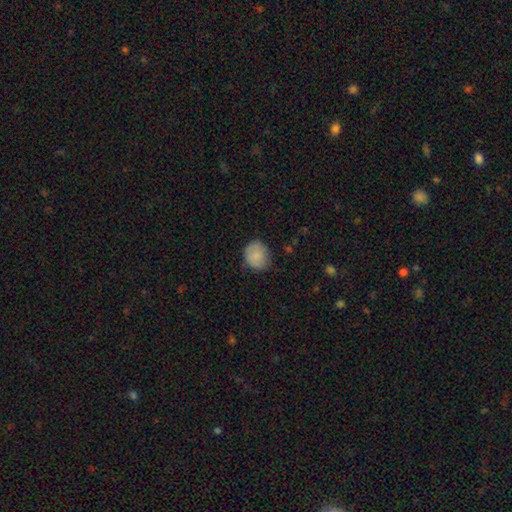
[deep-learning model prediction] Smooth or featured? Predicted: smooth (p=0.85). How rounded? Predicted: round (p=0.66). Merging? Predicted: none (p=0.70).